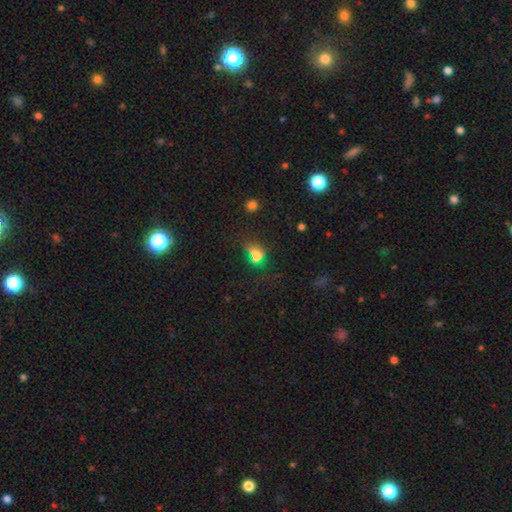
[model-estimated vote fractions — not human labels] A smooth galaxy with no disk features (59%) that is round (50%).

Vote fractions:
- Smooth or featured? smooth: 59% / star or artifact: 32% / featured or disk: 9%
- How rounded? round: 50% / in between: 46% / cigar-shaped: 4%
- Merging? none: 67% / minor disturbance: 16% / major disturbance: 10% / merger: 6%